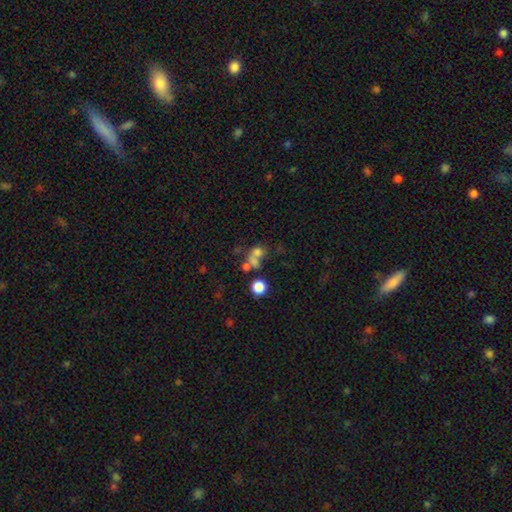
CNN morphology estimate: Overall: smooth (62%). How rounded: round (64%; in between 35%). Merging: merger (49%; none 31%).